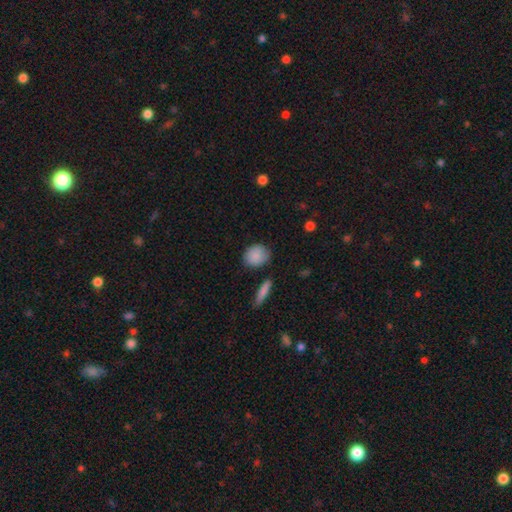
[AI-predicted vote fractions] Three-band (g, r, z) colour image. It shows a smooth galaxy with no disk features (87%) that is round (63%). Merging: none (77%).